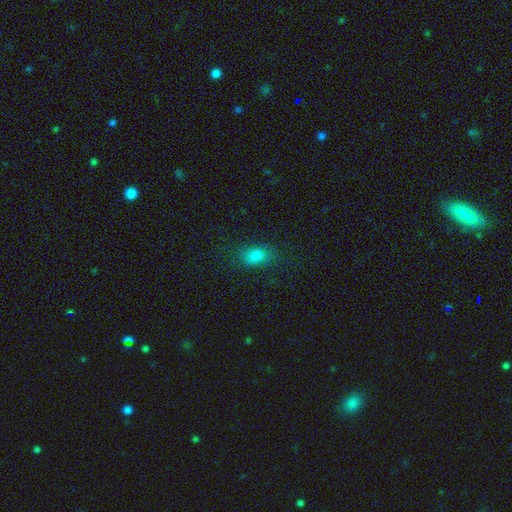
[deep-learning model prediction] smooth-or-featured: smooth: 82% | star or artifact: 13% | featured or disk: 5%
  how-rounded: in between: 82% | round: 14% | cigar-shaped: 3%
  merging: none: 80% | minor disturbance: 14% | major disturbance: 5% | merger: 1%